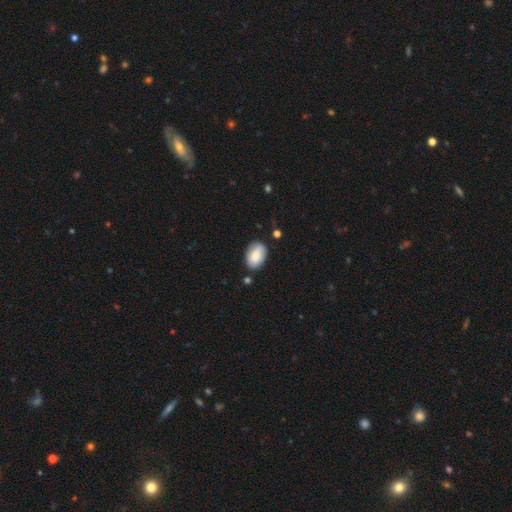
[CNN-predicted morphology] This appears to be a smooth galaxy with no disk features (84%) that is in between round and cigar-shaped (89%). Merging: none (75%).